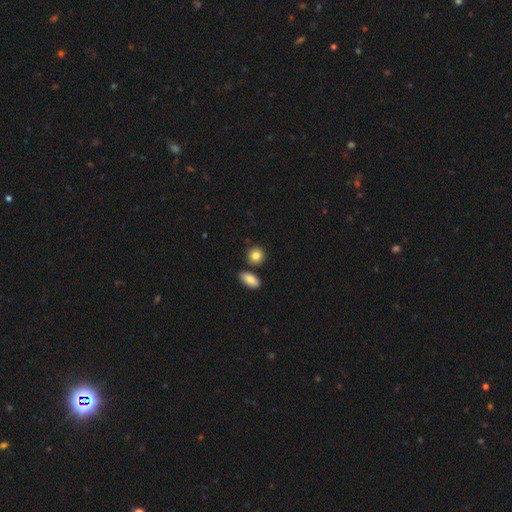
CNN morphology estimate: Overall: smooth (85%). How rounded: round (74%). Merging: none (78%).